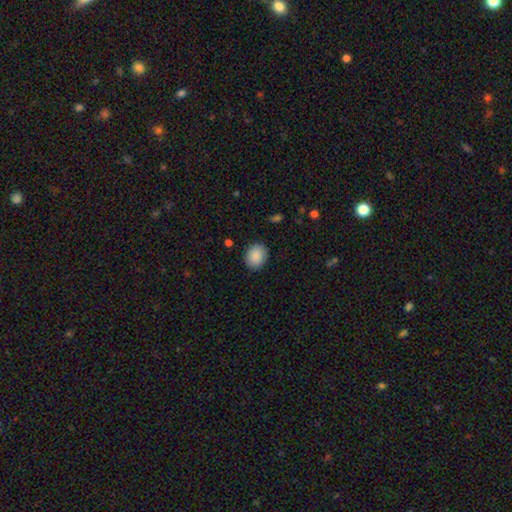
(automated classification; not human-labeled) A smooth galaxy with no disk features (89%) that is round (58%). Merging: none (87%).